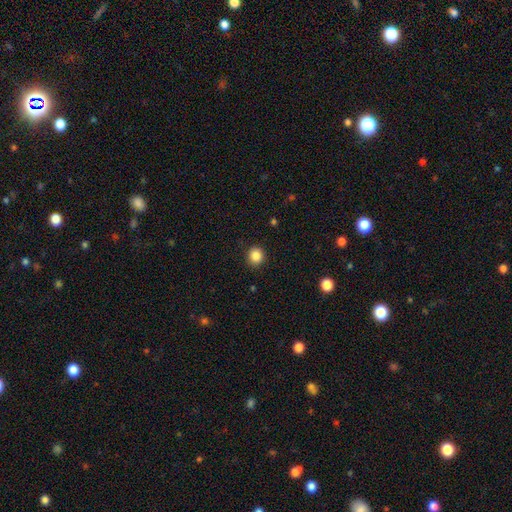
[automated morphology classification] This appears to be a smooth galaxy with no disk features (86%) that is round (88%). Merging: none (91%).